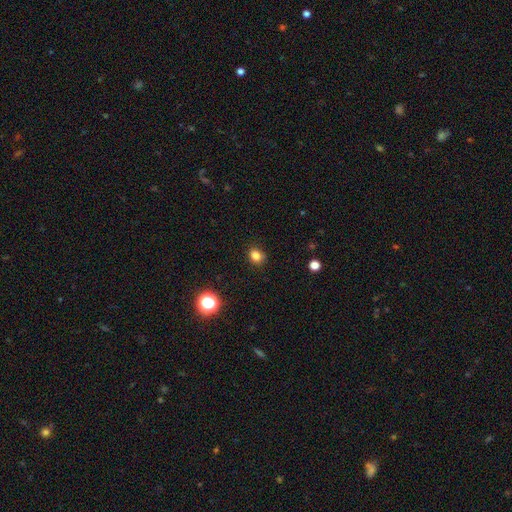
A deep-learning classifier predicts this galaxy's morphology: smooth-or-featured: smooth: 82% | star or artifact: 14% | featured or disk: 4%
  how-rounded: round: 59% | in between: 40% | cigar-shaped: 1%
  merging: none: 84% | minor disturbance: 12% | major disturbance: 3% | merger: 1%